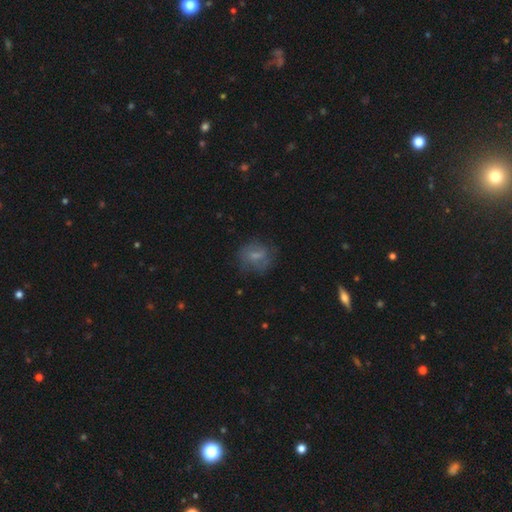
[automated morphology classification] Smooth or featured: smooth — 59% (featured or disk — 30%)
How rounded: round — 59% (in between — 38%)
Merging: none — 64% (minor disturbance — 22%)